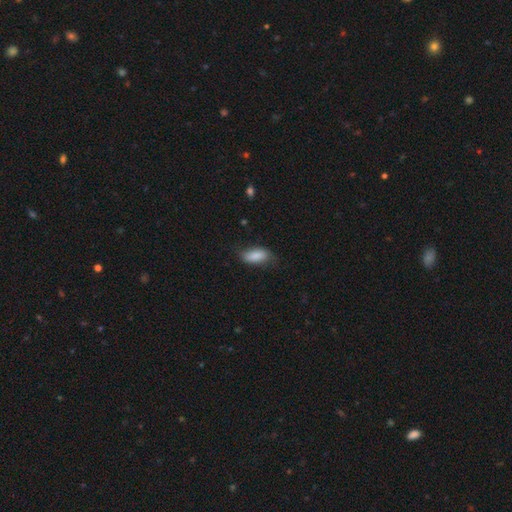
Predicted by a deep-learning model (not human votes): smooth_or_featured: smooth (p=0.83) [alt: featured or disk p=0.10]
how_rounded: in between (p=0.86) [alt: cigar-shaped p=0.11]
merging: none (p=0.64) [alt: minor disturbance p=0.27]